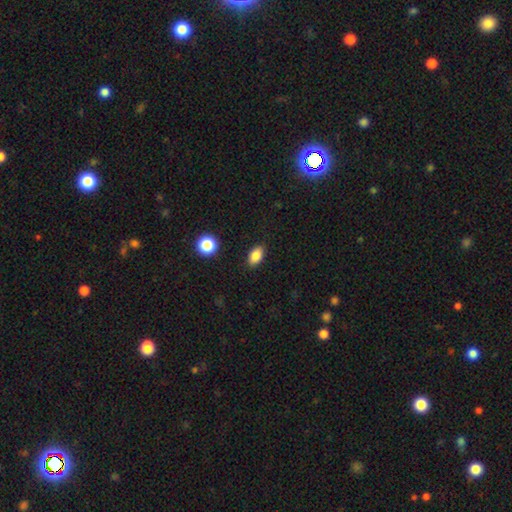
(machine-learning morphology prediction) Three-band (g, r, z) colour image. It shows a smooth galaxy with no disk features (85%) that is in between round and cigar-shaped (88%). Merging: none (88%).